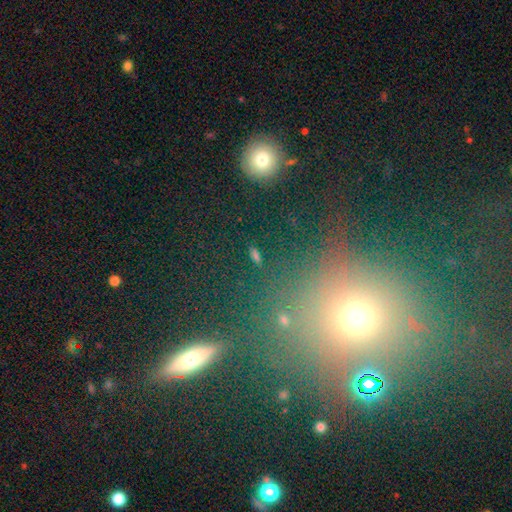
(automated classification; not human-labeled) Q: Smooth or featured?
A: smooth (51%); runner-up: star or artifact (34%)
Q: How rounded?
A: in between (56%); runner-up: round (26%)
Q: Merging?
A: none (84%); runner-up: minor disturbance (9%)